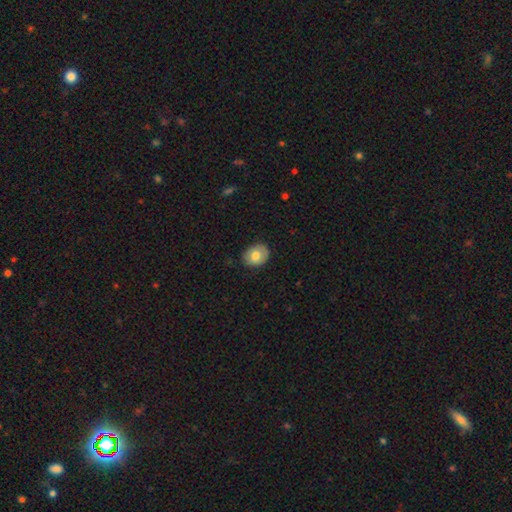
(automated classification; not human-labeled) Smooth or featured? Predicted: smooth (p=0.72). How rounded? Predicted: in between (p=0.55). Merging? Predicted: none (p=0.84).